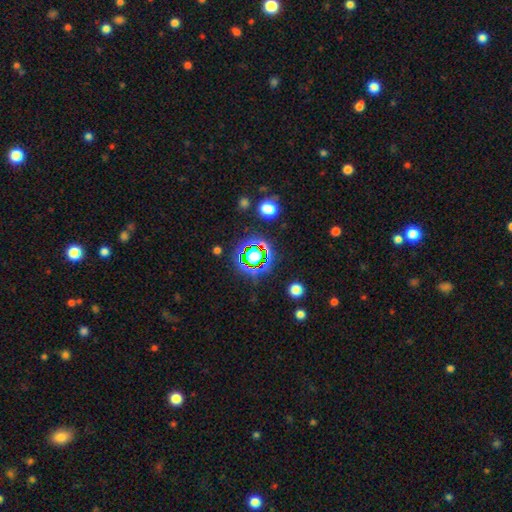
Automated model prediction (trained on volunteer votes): This appears to be a star or artifact, not a galaxy (76%).